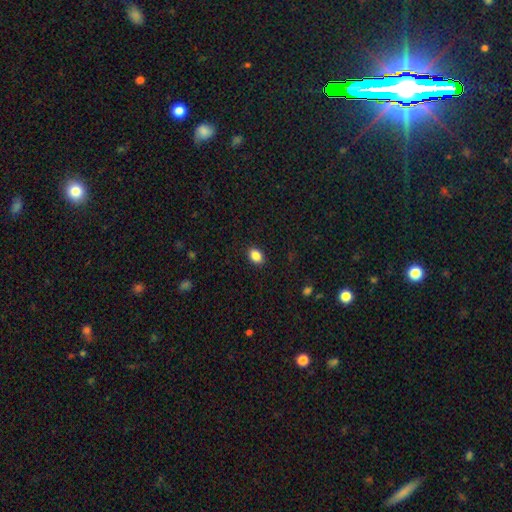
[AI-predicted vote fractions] Smooth or featured: smooth — 87% (star or artifact — 9%)
How rounded: in between — 76% (round — 23%)
Merging: none — 90% (minor disturbance — 7%)